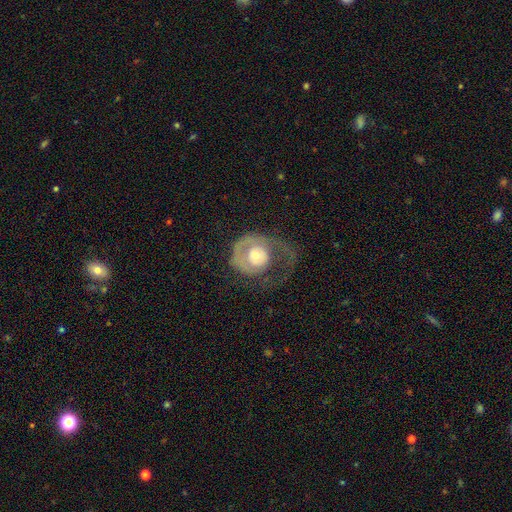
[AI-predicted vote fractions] This appears to be a featured or disk galaxy (65%) with no bar (78%), spiral arms (72%) and a moderate central bulge (59%). Merging: major disturbance (49%).